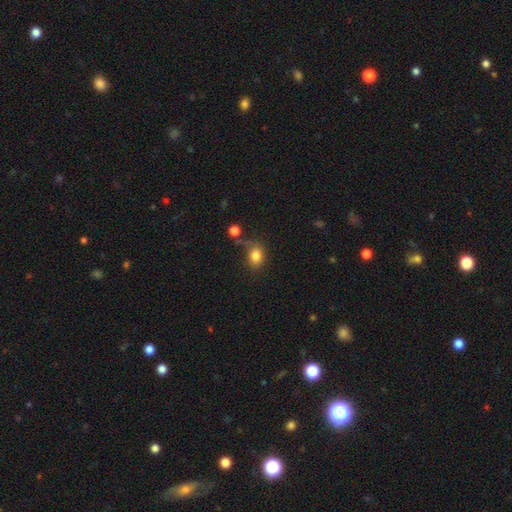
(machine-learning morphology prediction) The model was most divided on "how rounded": in between: 66%, round: 32%, cigar-shaped: 1%. More confident: smooth or featured — smooth (83%); merging — none (60%).